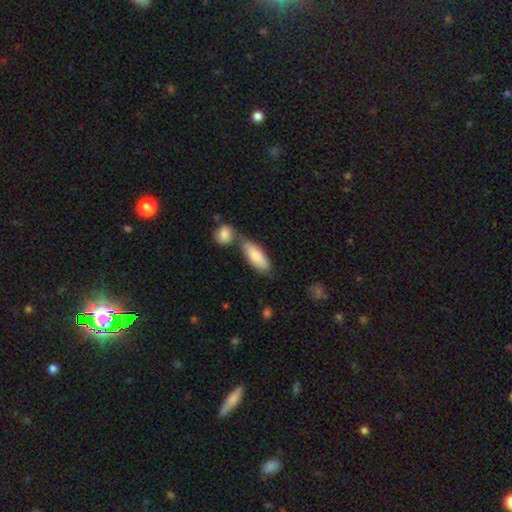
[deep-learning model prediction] A smooth galaxy with no disk features (83%) that is in between round and cigar-shaped (74%). Merging: none (49%).